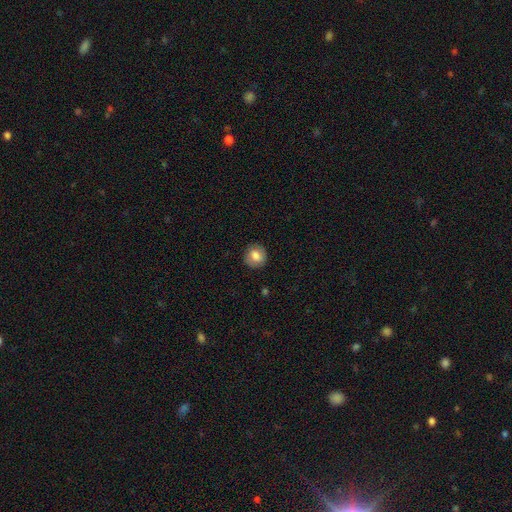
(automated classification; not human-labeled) smooth 75%, featured or disk 17%, star or artifact 8%. Down the decision tree: how rounded — round (84%); merging — none (86%).